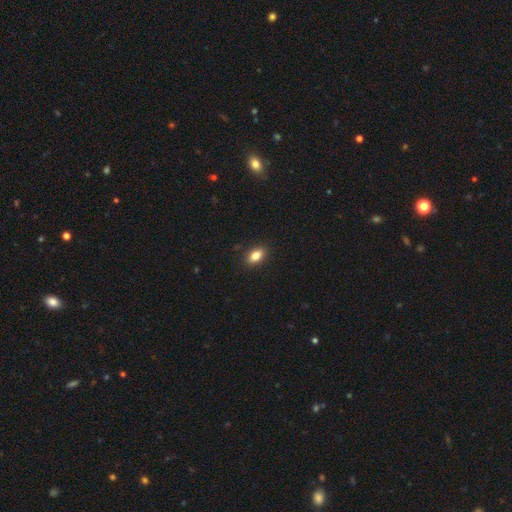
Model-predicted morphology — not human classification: A smooth galaxy with no disk features (83%) that is in between round and cigar-shaped (86%). Merging: none (89%).